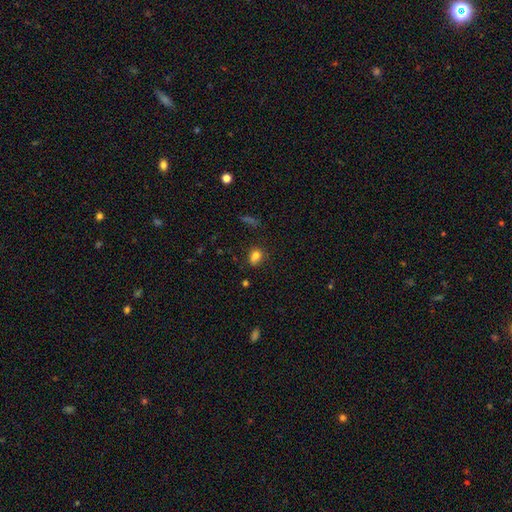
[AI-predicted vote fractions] Q: Smooth or featured?
A: smooth (78%); runner-up: star or artifact (13%)
Q: How rounded?
A: round (50%); runner-up: in between (48%)
Q: Merging?
A: none (61%); runner-up: minor disturbance (25%)